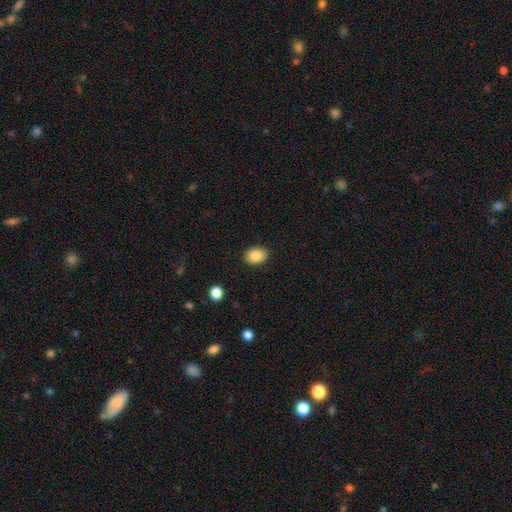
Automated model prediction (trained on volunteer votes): Smooth or featured: smooth — 88% (star or artifact — 8%)
How rounded: in between — 69% (round — 30%)
Merging: none — 89% (minor disturbance — 8%)